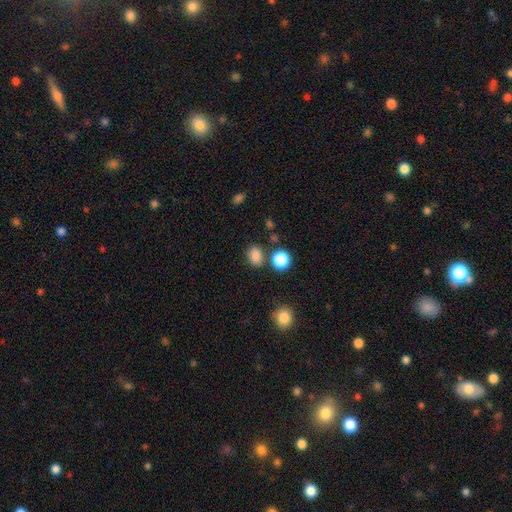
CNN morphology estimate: smooth_or_featured: smooth (p=0.84) [alt: star or artifact p=0.12]
how_rounded: in between (p=0.56) [alt: round p=0.43]
merging: none (p=0.76) [alt: minor disturbance p=0.12]